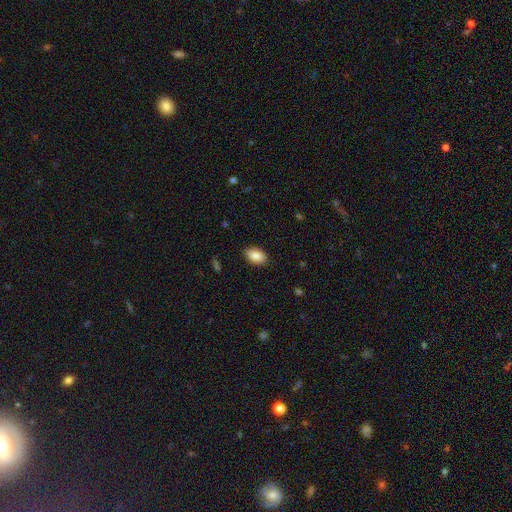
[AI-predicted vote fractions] Smooth or featured: smooth — 87% (star or artifact — 7%)
How rounded: in between — 92% (round — 7%)
Merging: none — 89% (minor disturbance — 8%)